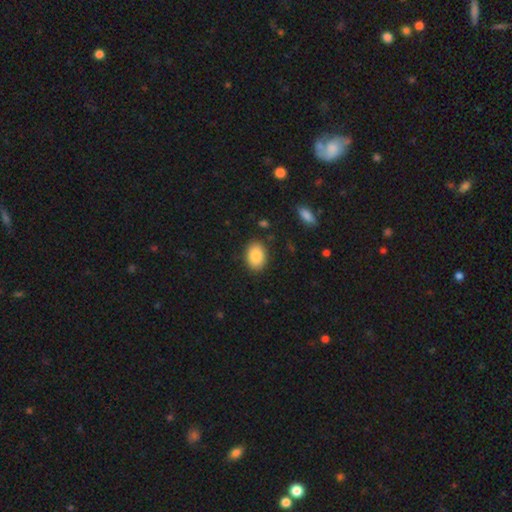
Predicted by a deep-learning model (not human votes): Smooth or featured? Predicted: smooth (p=0.87). How rounded? Predicted: in between (p=0.81). Merging? Predicted: none (p=0.87).